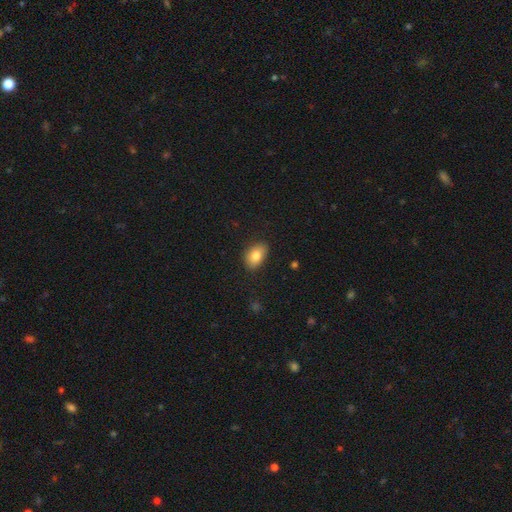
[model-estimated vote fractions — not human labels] smooth 82%, featured or disk 10%, star or artifact 8%. Down the decision tree: how rounded — in between (87%); merging — none (83%).